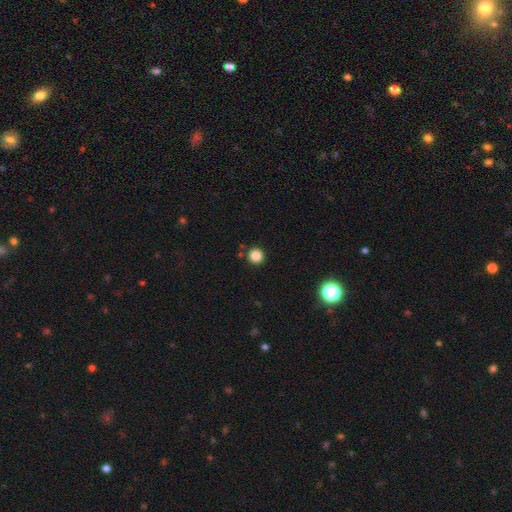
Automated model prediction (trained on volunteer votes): A smooth galaxy with no disk features (84%) that is round (94%). Merging: none (89%).